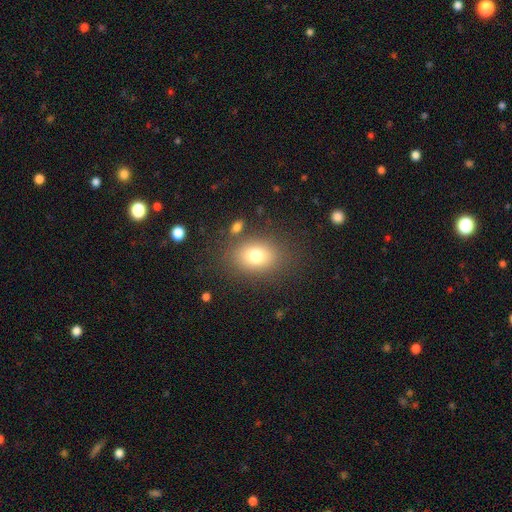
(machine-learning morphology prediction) Smooth or featured? smooth (77%)
How rounded? in between (66%)
Merging? none (80%)